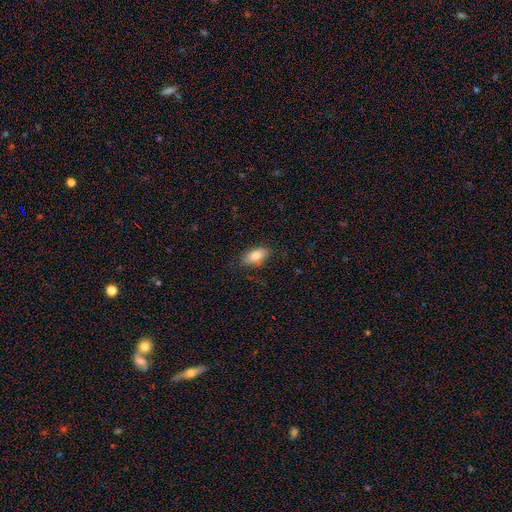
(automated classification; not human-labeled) This is clearly a smooth galaxy (82%). How rounded: clearly in between (90%). Merging: clearly none (81%).